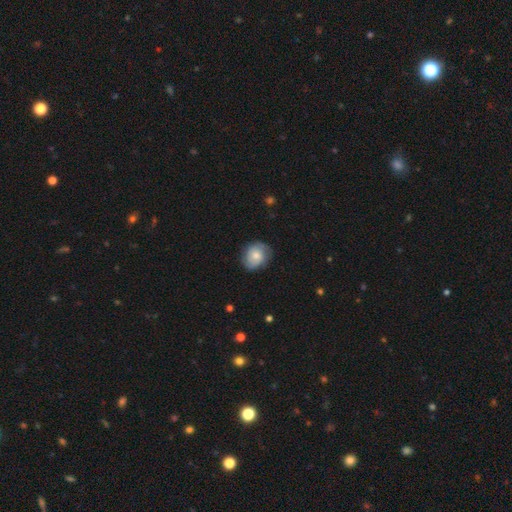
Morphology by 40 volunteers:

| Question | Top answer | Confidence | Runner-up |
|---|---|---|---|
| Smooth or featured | featured or disk | 62% | smooth (32%) |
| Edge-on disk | no | 100% | — |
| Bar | no | 80% | weak (16%) |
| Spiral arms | yes | 92% | no (8%) |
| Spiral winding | tight | 78% | medium (22%) |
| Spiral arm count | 2 | 39% | 3 (30%) |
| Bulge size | moderate | 76% | small (20%) |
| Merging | none | 84% | minor disturbance (16%) |